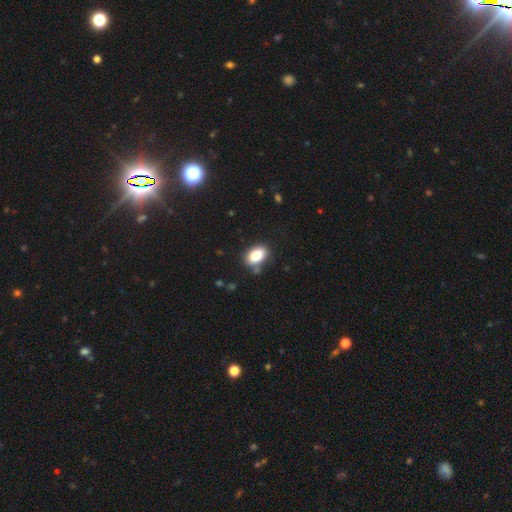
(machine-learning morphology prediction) smooth_or_featured: smooth (p=0.86) [alt: star or artifact p=0.08]
how_rounded: in between (p=0.87) [alt: round p=0.11]
merging: none (p=0.76) [alt: minor disturbance p=0.16]